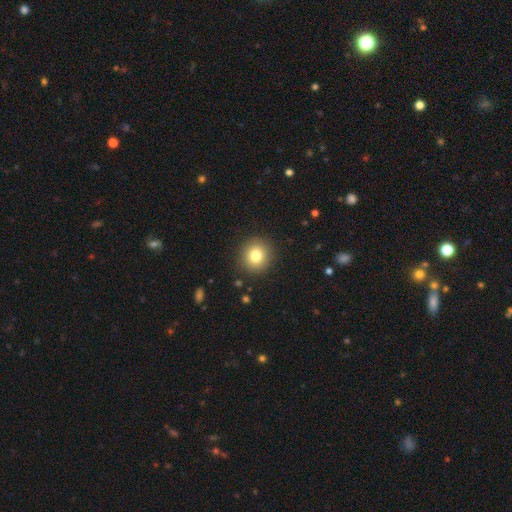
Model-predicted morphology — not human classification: This appears to be a smooth galaxy with no disk features (80%) that is round (91%). Merging: none (90%).